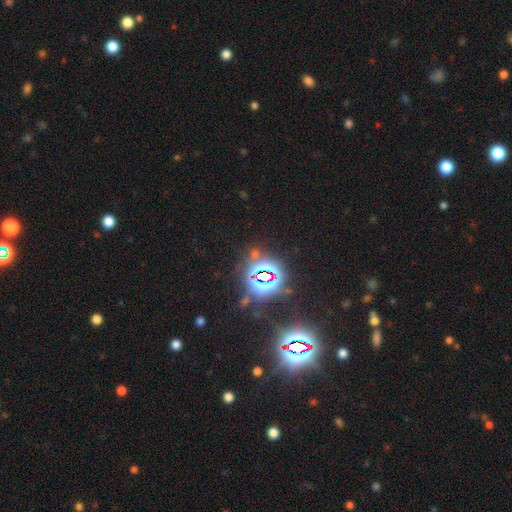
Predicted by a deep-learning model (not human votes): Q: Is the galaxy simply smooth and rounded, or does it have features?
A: star or artifact — 82%.